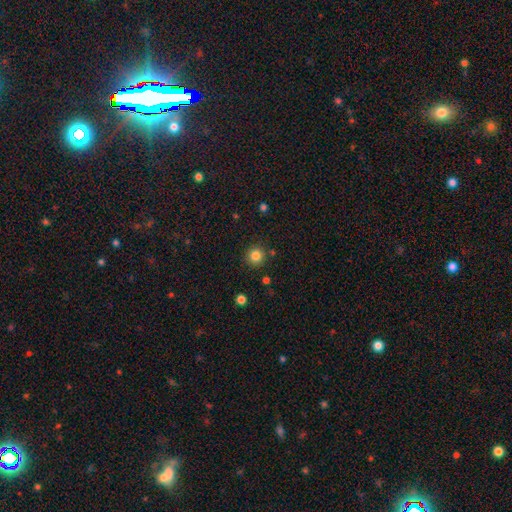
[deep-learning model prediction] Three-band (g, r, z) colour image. It shows a smooth galaxy with no disk features (83%) that is round (94%). Merging: none (87%).